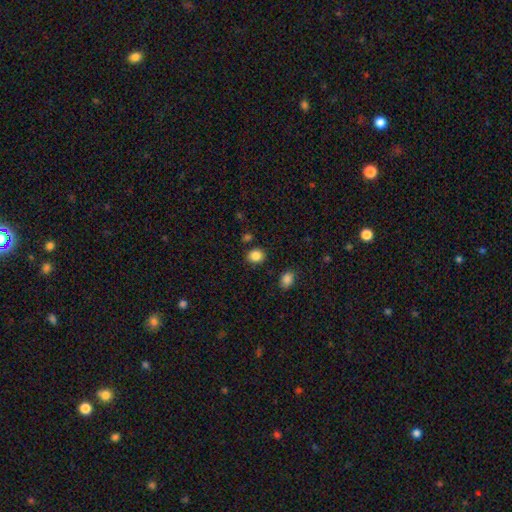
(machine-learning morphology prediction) type=smooth (86%); roundness=round (71%); merging=none (85%).